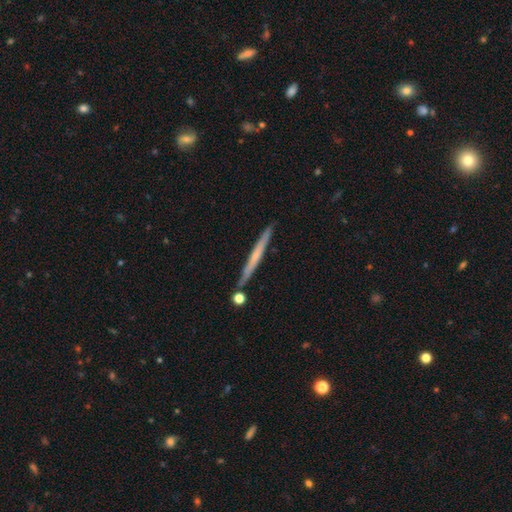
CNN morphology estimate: featured or disk 49%, smooth 45%, star or artifact 6%. Down the decision tree: merging — none (86%).